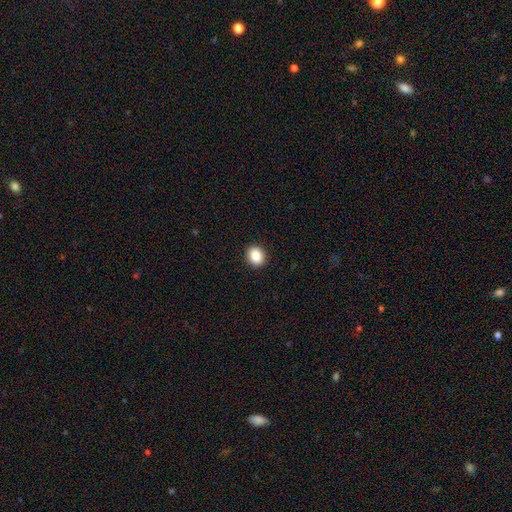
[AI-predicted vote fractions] The model was most divided on "how rounded": round: 68%, in between: 31%, cigar-shaped: 1%. More confident: merging — none (92%); smooth or featured — smooth (87%).